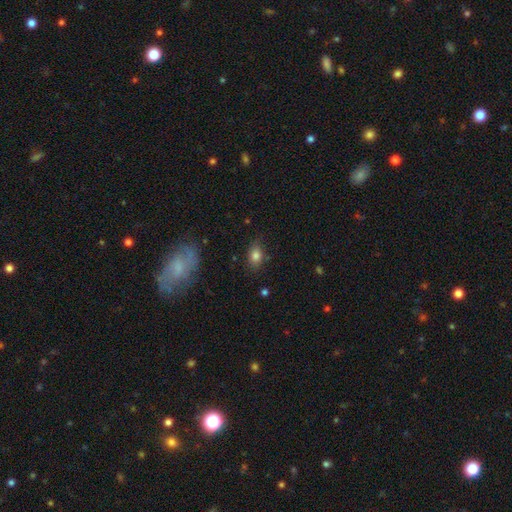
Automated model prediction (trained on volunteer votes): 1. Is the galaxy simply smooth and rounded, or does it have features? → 82% smooth, 10% star or artifact, 8% featured or disk.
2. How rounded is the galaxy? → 77% in between, 21% round, 2% cigar-shaped.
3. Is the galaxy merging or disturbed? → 77% none, 17% minor disturbance, 4% major disturbance, 2% merger.